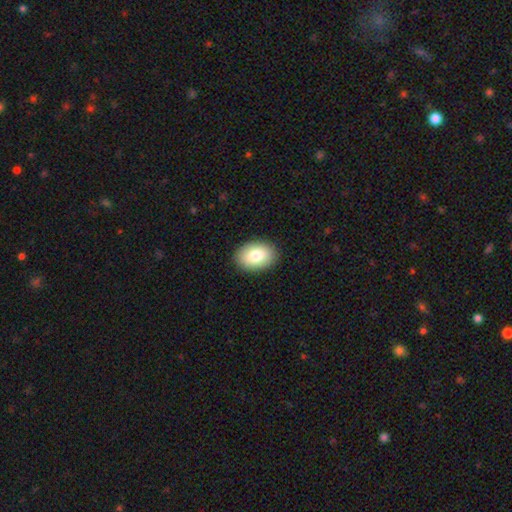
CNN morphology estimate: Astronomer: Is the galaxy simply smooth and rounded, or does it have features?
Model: smooth — 82%.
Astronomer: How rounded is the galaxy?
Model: in between — 85%.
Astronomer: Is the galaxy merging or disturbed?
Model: none — 90%.